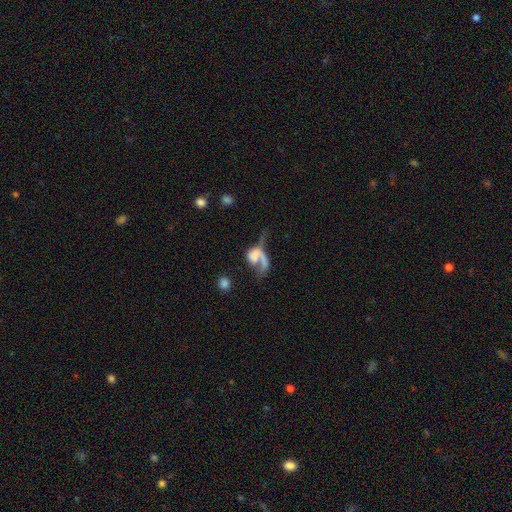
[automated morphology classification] This appears to be a featured or disk galaxy (53%) with no bar (79%), spiral arms (51%) and no central bulge (55%). Merging: major disturbance (39%).